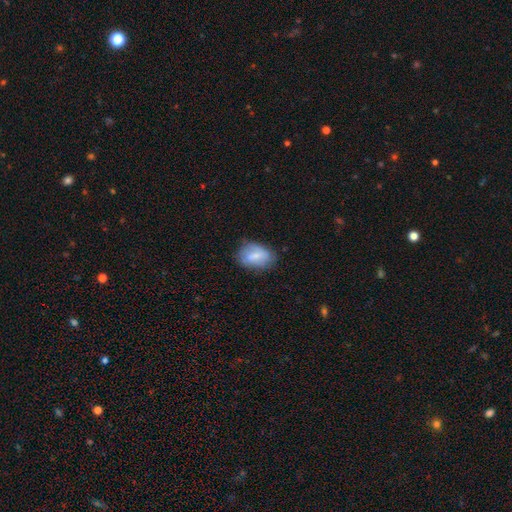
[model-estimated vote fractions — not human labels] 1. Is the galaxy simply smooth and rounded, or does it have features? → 67% smooth, 26% featured or disk, 7% star or artifact.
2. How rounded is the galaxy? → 85% in between, 14% round, 2% cigar-shaped.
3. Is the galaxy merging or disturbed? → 63% none, 27% minor disturbance, 8% major disturbance, 2% merger.